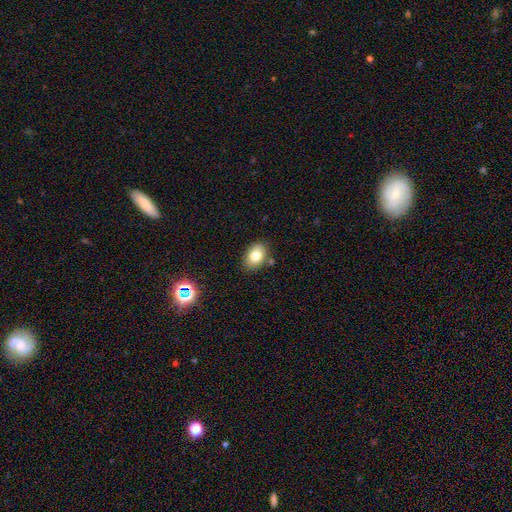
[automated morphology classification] Smooth or featured: smooth — 78% (featured or disk — 12%)
How rounded: in between — 76% (round — 23%)
Merging: none — 79% (minor disturbance — 13%)